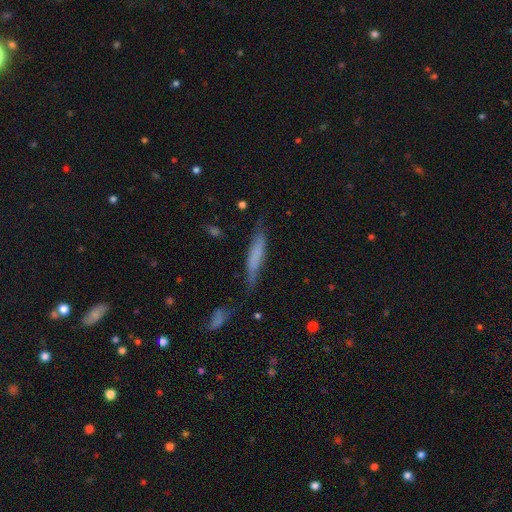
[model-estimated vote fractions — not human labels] Smooth or featured? smooth (62%)
How rounded? cigar-shaped (87%)
Merging? none (59%)